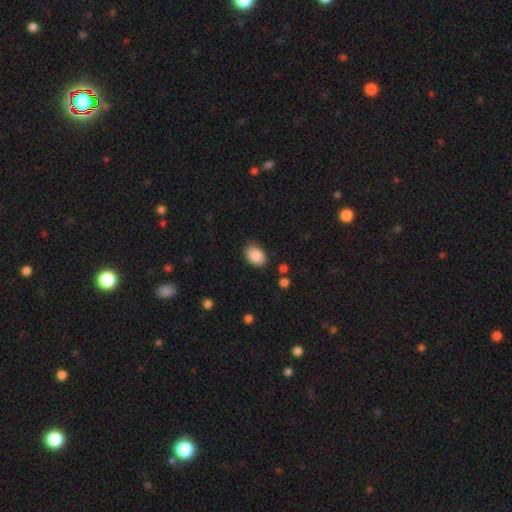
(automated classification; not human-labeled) A smooth galaxy with no disk features (89%) that is in between round and cigar-shaped (84%).

Vote fractions:
- Smooth or featured? smooth: 89% / star or artifact: 7% / featured or disk: 4%
- How rounded? in between: 84% / round: 15% / cigar-shaped: 1%
- Merging? none: 77% / minor disturbance: 17% / major disturbance: 4% / merger: 2%